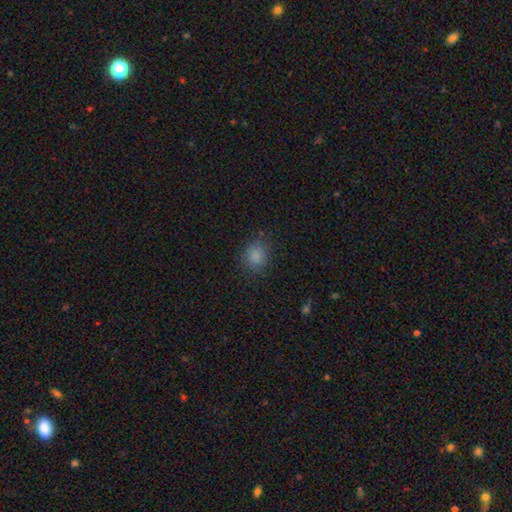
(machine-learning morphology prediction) smooth-or-featured: smooth: 84% | star or artifact: 12% | featured or disk: 4%
  how-rounded: round: 77% | in between: 22% | cigar-shaped: 1%
  merging: none: 80% | minor disturbance: 14% | major disturbance: 5% | merger: 1%